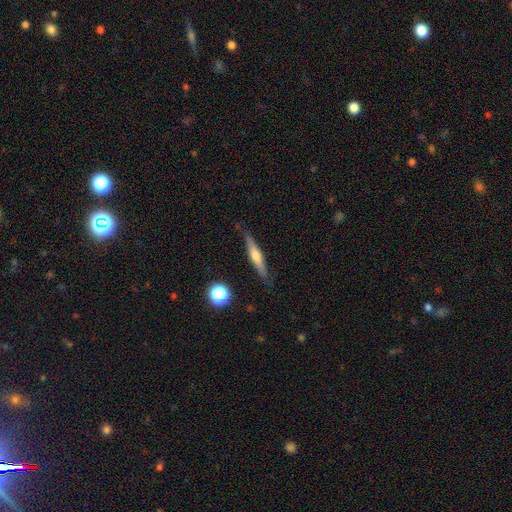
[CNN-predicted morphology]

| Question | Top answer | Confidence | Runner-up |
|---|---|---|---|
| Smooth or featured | featured or disk | 52% | smooth (42%) |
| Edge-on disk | yes | 95% | no (5%) |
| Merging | none | 85% | minor disturbance (11%) |